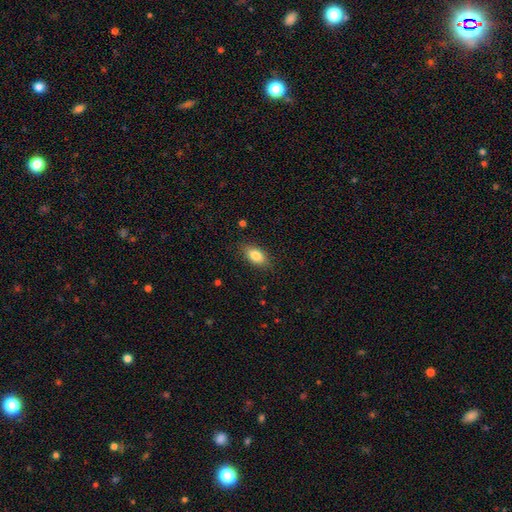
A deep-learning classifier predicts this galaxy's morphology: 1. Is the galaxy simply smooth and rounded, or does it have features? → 84% smooth, 9% featured or disk, 7% star or artifact.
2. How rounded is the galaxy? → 90% in between, 5% cigar-shaped, 5% round.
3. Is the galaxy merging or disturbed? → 86% none, 11% minor disturbance, 3% major disturbance, 1% merger.